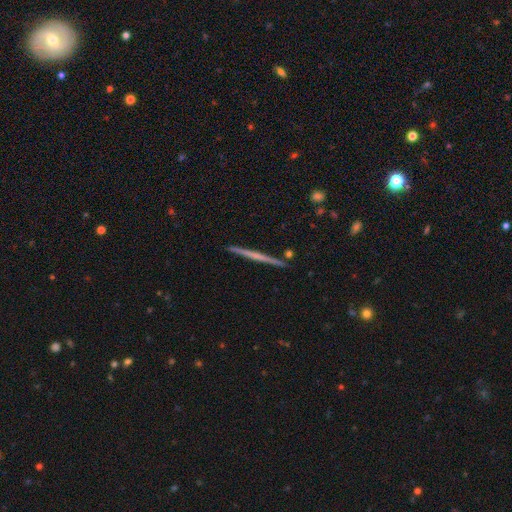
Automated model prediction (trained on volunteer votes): Smooth or featured? Predicted: featured or disk (p=0.66). Edge-on disk? Predicted: yes (p=0.98). Edge-on bulge? Predicted: none (p=0.69). Merging? Predicted: none (p=0.92).